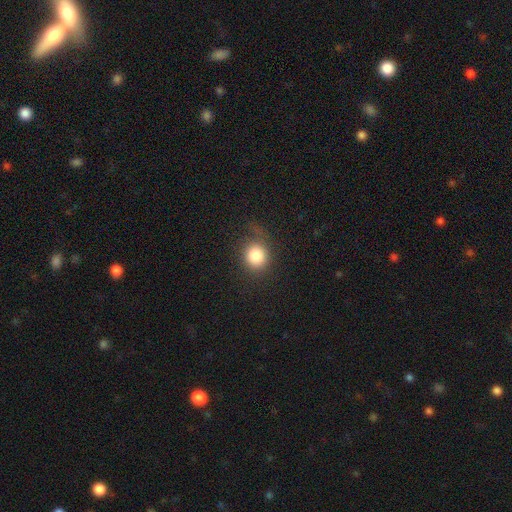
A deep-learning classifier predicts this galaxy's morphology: A smooth galaxy with no disk features (83%) that is round (83%). Merging: none (72%).